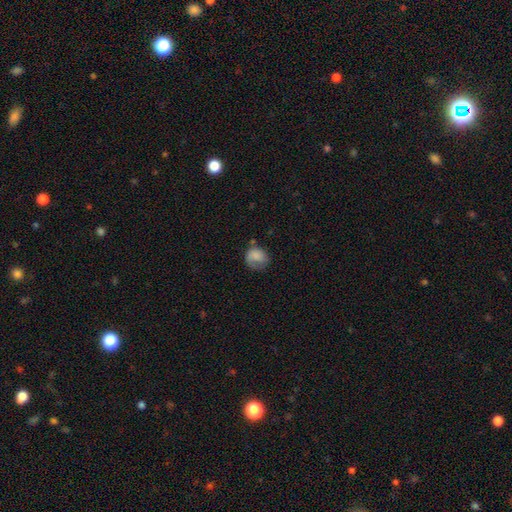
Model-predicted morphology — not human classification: smooth-or-featured: smooth: 74% | featured or disk: 18% | star or artifact: 8%
  how-rounded: round: 69% | in between: 30% | cigar-shaped: 1%
  merging: none: 43% | minor disturbance: 30% | major disturbance: 24% | merger: 3%